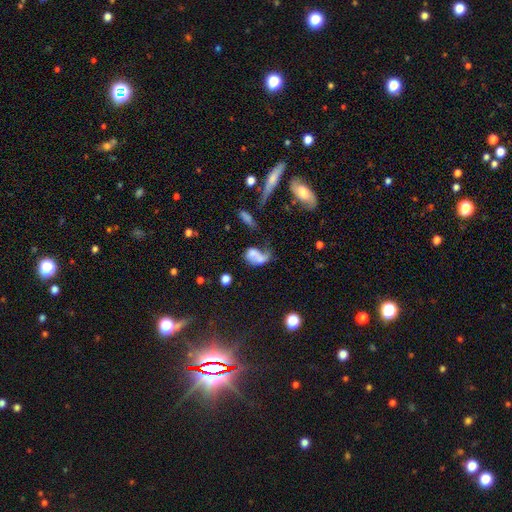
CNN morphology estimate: This appears to be a smooth galaxy with no disk features (57%) that is in between round and cigar-shaped (75%). Merging: merger (44%).